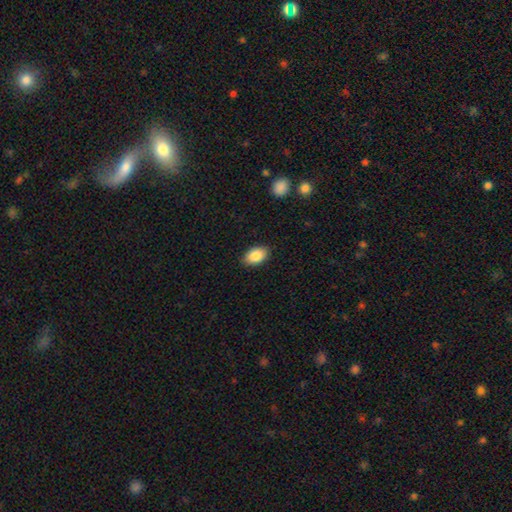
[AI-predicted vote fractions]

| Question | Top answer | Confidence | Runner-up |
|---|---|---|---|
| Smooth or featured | smooth | 87% | star or artifact (7%) |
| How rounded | in between | 91% | round (7%) |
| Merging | none | 87% | minor disturbance (10%) |